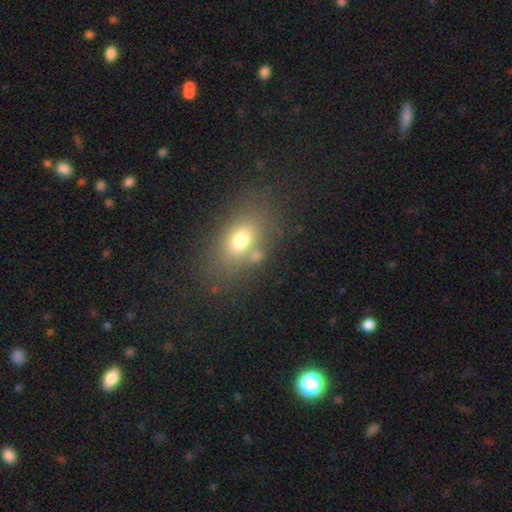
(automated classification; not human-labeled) Smooth or featured? Predicted: smooth (p=0.70). How rounded? Predicted: in between (p=0.78). Merging? Predicted: none (p=0.69).